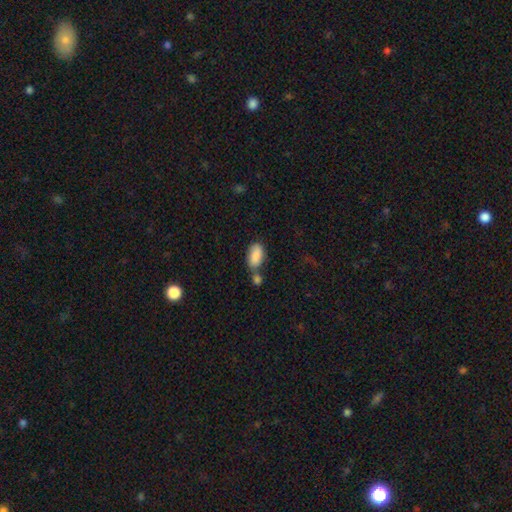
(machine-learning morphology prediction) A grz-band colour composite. It shows a smooth galaxy with no disk features (87%) that is in between round and cigar-shaped (93%). Merging: none (44%).